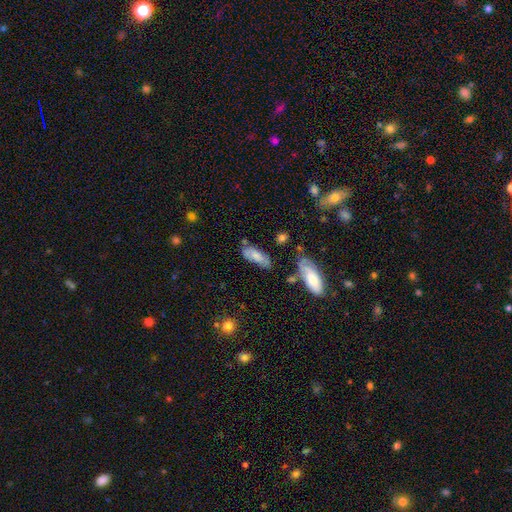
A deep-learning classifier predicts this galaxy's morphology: Smooth or featured?
  - smooth: 68% *
  - featured or disk: 25%
  - star or artifact: 7%
How rounded?
  - in between: 72% *
  - cigar-shaped: 25%
  - round: 2%
Merging?
  - none: 57% *
  - minor disturbance: 26%
  - major disturbance: 9%
  - merger: 8%